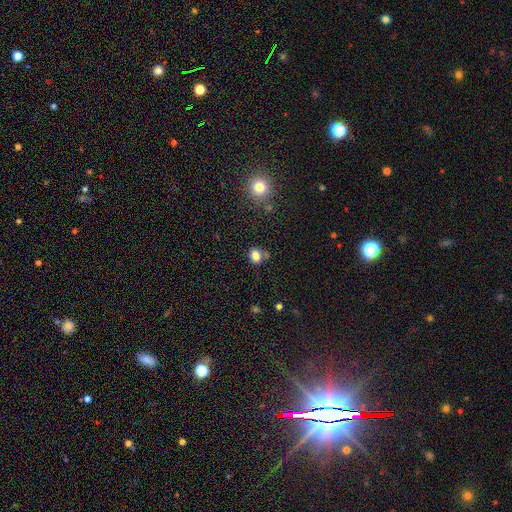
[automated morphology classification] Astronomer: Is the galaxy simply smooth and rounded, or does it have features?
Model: smooth — 81%.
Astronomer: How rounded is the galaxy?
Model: in between — 50% (runner-up: round, 49%).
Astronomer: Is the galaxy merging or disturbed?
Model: none — 62%.